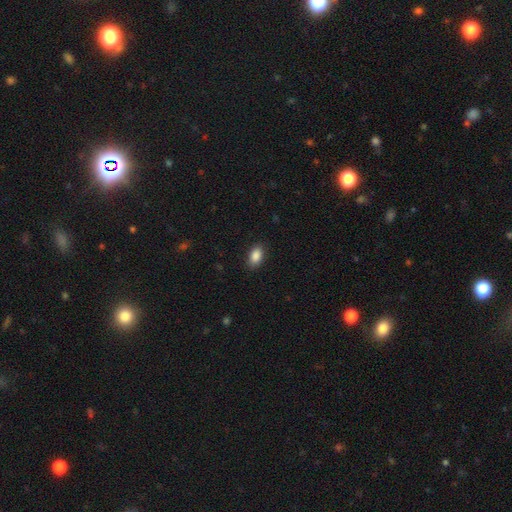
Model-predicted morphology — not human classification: smooth_or_featured: smooth (p=0.88) [alt: star or artifact p=0.07]
how_rounded: in between (p=0.92) [alt: round p=0.06]
merging: none (p=0.88) [alt: minor disturbance p=0.09]